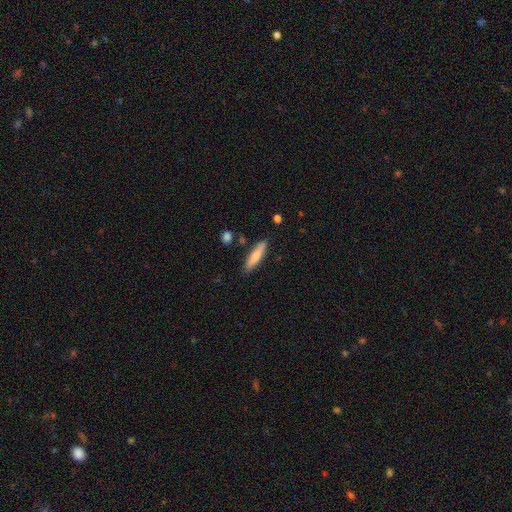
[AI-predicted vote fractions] Smooth or featured? Predicted: smooth (p=0.74). How rounded? Predicted: cigar-shaped (p=0.79). Merging? Predicted: none (p=0.84).